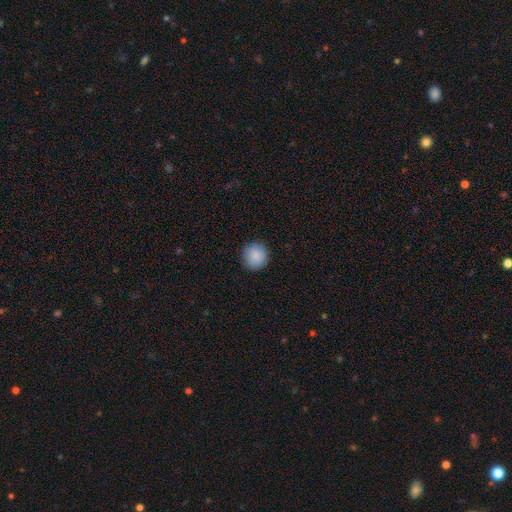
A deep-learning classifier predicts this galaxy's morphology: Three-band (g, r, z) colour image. It shows a smooth galaxy with no disk features (88%) that is round (90%). Merging: none (89%).